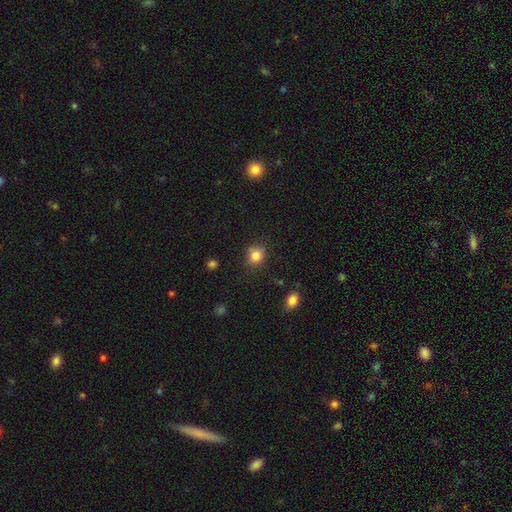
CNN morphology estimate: Smooth or featured: smooth — 82% (star or artifact — 11%)
How rounded: round — 76% (in between — 23%)
Merging: none — 79% (minor disturbance — 15%)